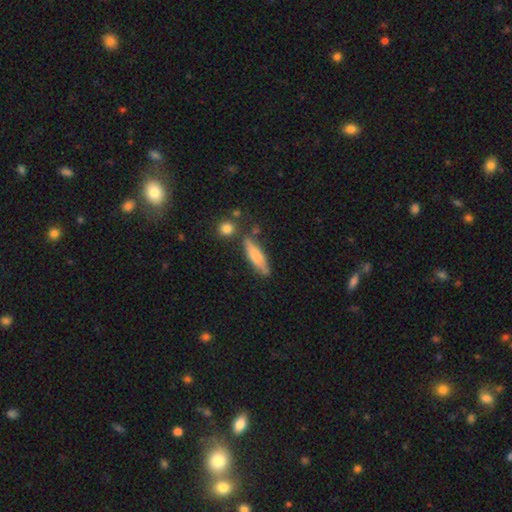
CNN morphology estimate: type=smooth (69%); roundness=cigar-shaped (63%); merging=none (67%).